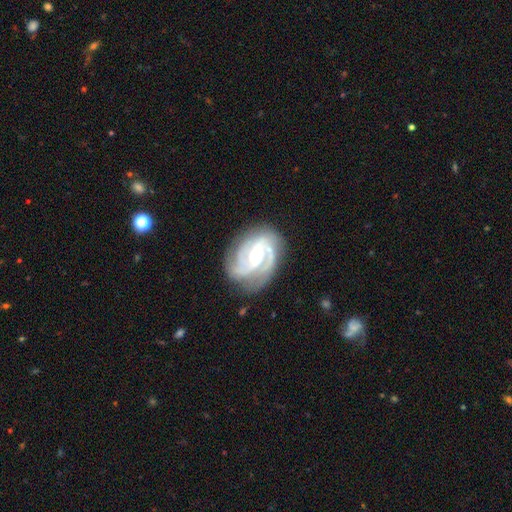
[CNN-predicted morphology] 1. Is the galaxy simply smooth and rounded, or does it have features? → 91% featured or disk, 5% smooth, 5% star or artifact.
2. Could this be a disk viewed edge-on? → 98% no, 2% yes.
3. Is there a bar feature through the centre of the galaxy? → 43% weak, 34% strong, 24% no.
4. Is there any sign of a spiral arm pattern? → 98% yes, 2% no.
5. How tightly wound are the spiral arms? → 49% tight, 42% medium, 9% loose.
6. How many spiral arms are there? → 41% 2, 39% 3, 8% can't tell, 5% 4, 4% 1, 3% more than 4.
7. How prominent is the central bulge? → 66% moderate, 27% small, 5% large, 1% none, 1% dominant.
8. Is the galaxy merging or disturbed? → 76% none, 16% minor disturbance, 6% major disturbance, 1% merger.